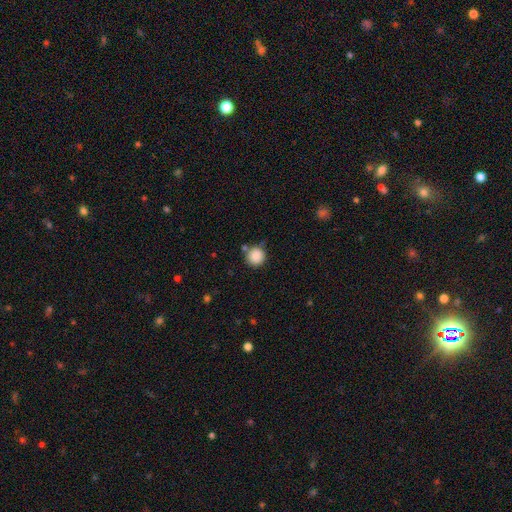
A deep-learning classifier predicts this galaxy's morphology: type=smooth (88%); roundness=round (93%); merging=none (76%).